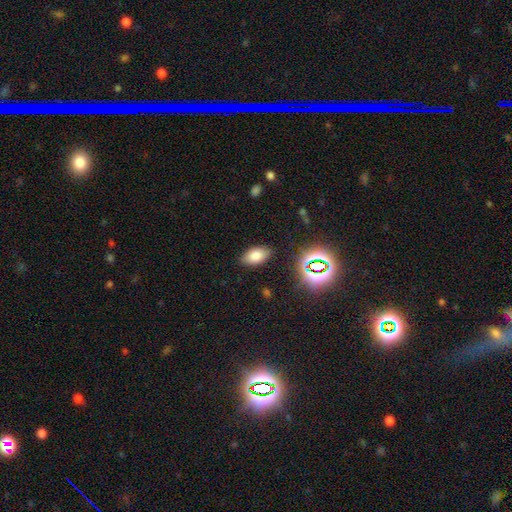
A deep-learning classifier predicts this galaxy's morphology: smooth 76%, star or artifact 15%, featured or disk 9%. Down the decision tree: how rounded — in between (92%); merging — none (85%).